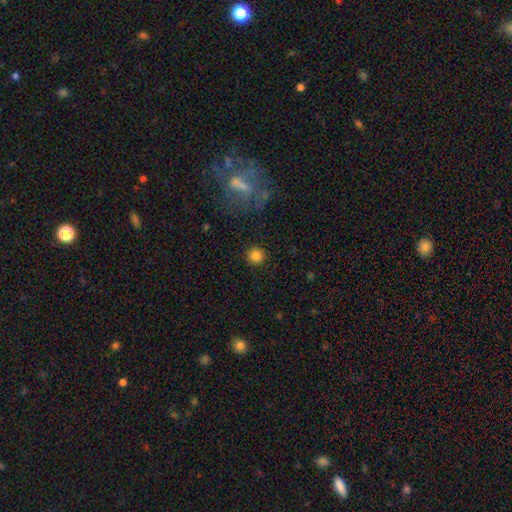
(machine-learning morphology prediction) smooth 84%, star or artifact 11%, featured or disk 5%. Down the decision tree: how rounded — round (95%); merging — none (90%).